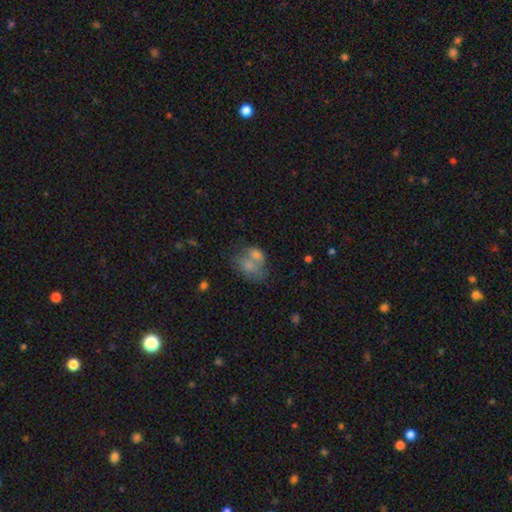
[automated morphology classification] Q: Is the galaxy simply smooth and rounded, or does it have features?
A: smooth — 64%.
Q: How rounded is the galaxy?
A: in between — 64%.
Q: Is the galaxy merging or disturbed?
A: merger — 60%.